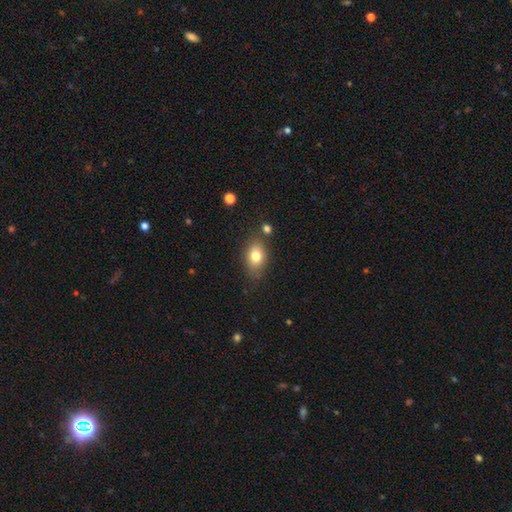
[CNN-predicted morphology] This is likely a smooth galaxy (79%). How rounded: likely in between (77%). Merging: likely none (76%).